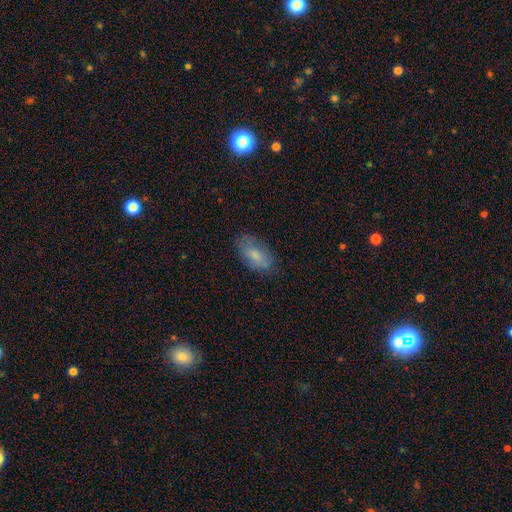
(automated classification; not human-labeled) smooth-or-featured: smooth: 76% | featured or disk: 17% | star or artifact: 7%
  how-rounded: in between: 92% | cigar-shaped: 4% | round: 4%
  merging: none: 75% | minor disturbance: 19% | major disturbance: 5% | merger: 1%